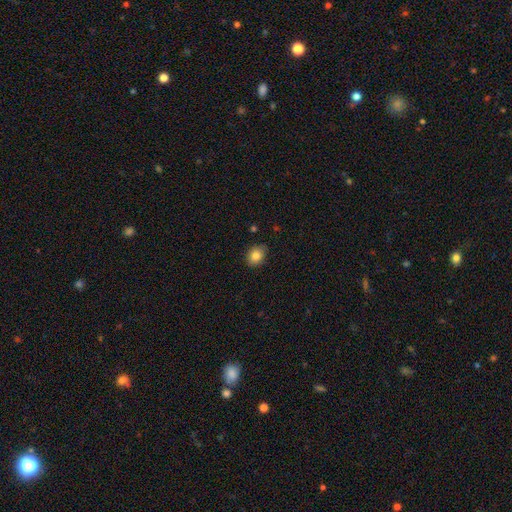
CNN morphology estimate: This appears to be a smooth galaxy with no disk features (84%) that is in between round and cigar-shaped (59%). Merging: none (84%).